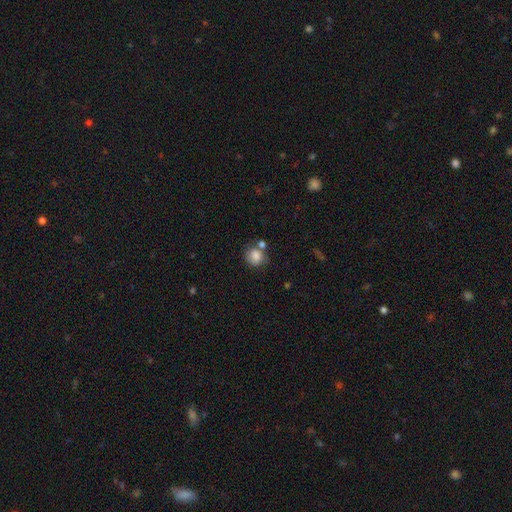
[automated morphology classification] Q: Smooth or featured?
A: smooth (83%); runner-up: star or artifact (10%)
Q: How rounded?
A: round (74%); runner-up: in between (25%)
Q: Merging?
A: none (57%); runner-up: merger (21%)